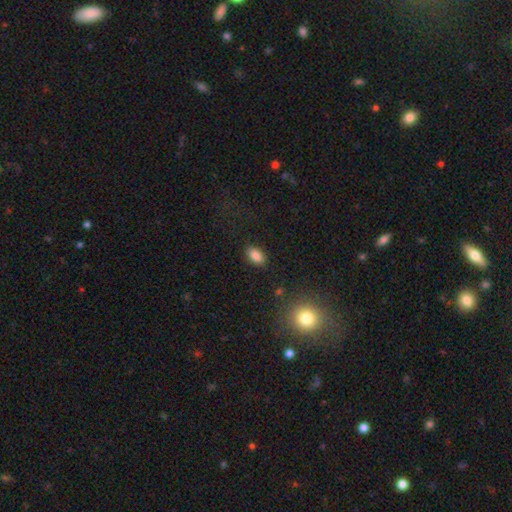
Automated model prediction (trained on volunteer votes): This appears to be a smooth galaxy with no disk features (85%) that is in between round and cigar-shaped (91%). Merging: none (86%).